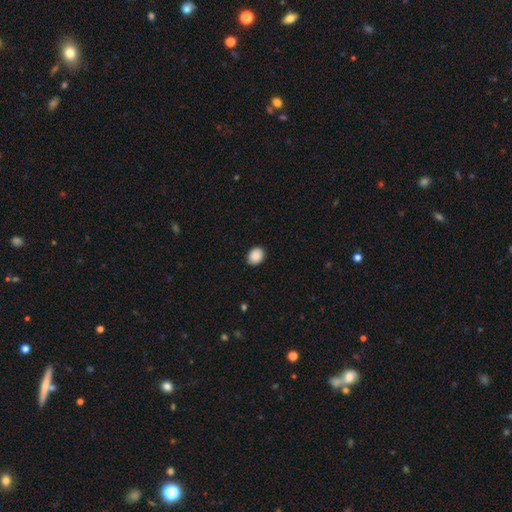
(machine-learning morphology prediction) smooth-or-featured: smooth: 90% | star or artifact: 8% | featured or disk: 3%
  how-rounded: round: 62% | in between: 37% | cigar-shaped: 1%
  merging: none: 90% | minor disturbance: 7% | major disturbance: 2% | merger: 1%